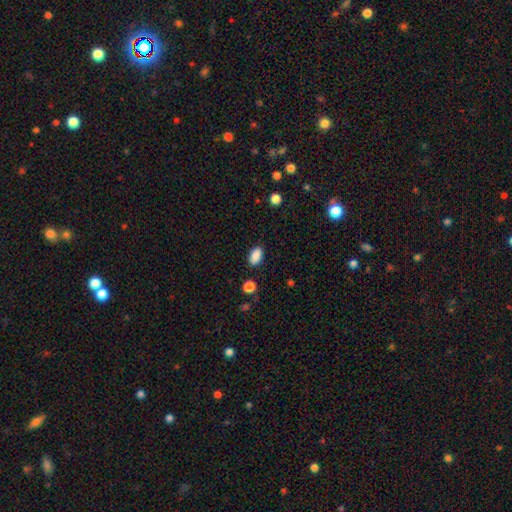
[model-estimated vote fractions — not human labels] Smooth or featured?
  - smooth: 89% *
  - star or artifact: 8%
  - featured or disk: 3%
How rounded?
  - in between: 91% *
  - round: 7%
  - cigar-shaped: 2%
Merging?
  - none: 86% *
  - minor disturbance: 10%
  - major disturbance: 2%
  - merger: 2%